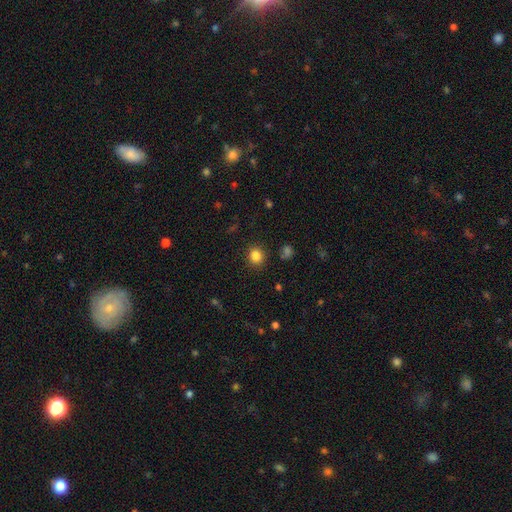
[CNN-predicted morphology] This appears to be a smooth galaxy with no disk features (84%) that is round (84%). Merging: none (89%).